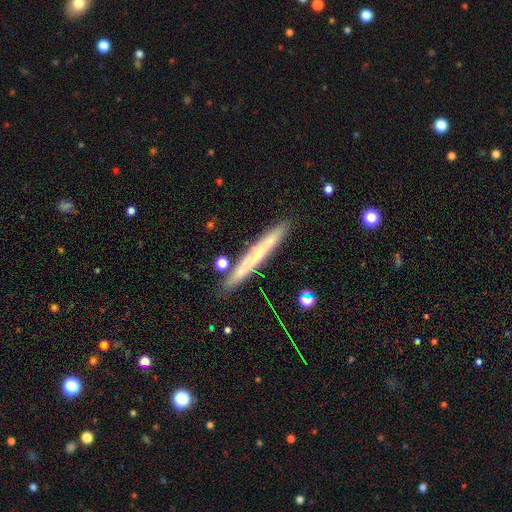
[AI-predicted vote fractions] smooth 47%, featured or disk 45%, star or artifact 7%. Down the decision tree: merging — none (85%).